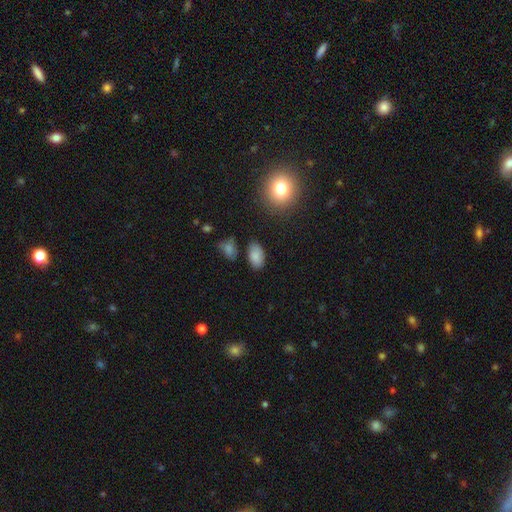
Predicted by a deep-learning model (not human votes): Smooth or featured? smooth (82%)
How rounded? in between (90%)
Merging? none (77%)